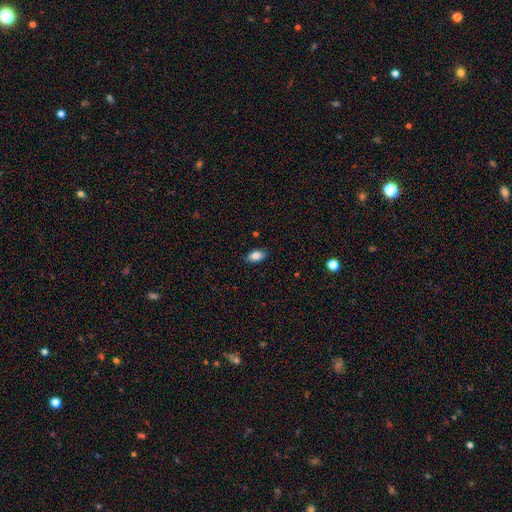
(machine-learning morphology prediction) This appears to be a smooth galaxy with no disk features (85%) that is in between round and cigar-shaped (90%). Merging: none (86%).